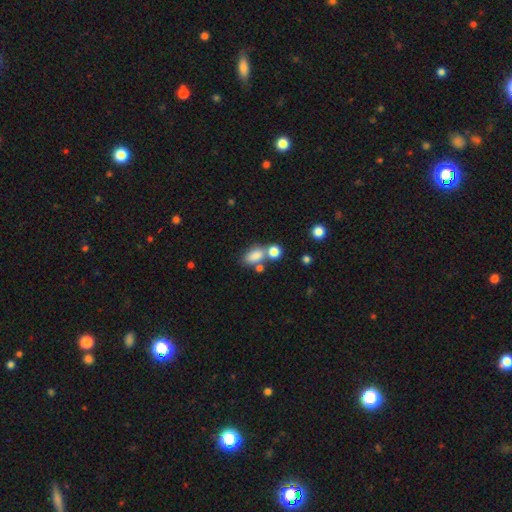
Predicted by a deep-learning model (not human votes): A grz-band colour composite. It shows a smooth galaxy with no disk features (82%) that is in between round and cigar-shaped (83%). Merging: none (46%).